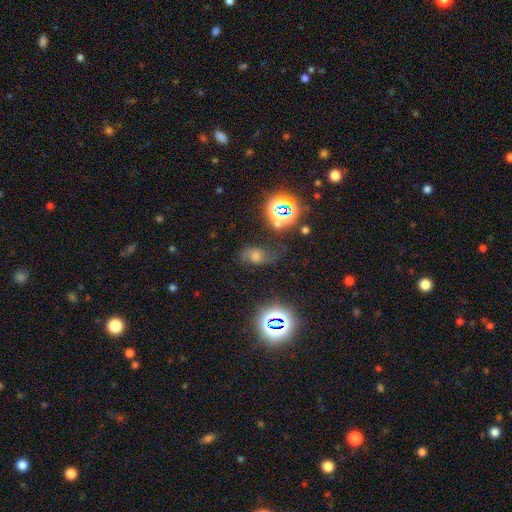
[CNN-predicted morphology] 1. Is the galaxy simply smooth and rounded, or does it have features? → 37% featured or disk, 32% smooth, 31% star or artifact.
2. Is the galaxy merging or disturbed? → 58% none, 24% minor disturbance, 14% major disturbance, 4% merger.